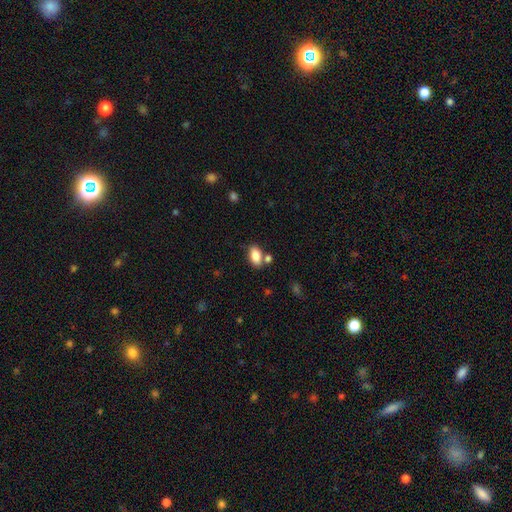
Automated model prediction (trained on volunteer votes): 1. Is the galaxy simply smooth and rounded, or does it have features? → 85% smooth, 8% star or artifact, 7% featured or disk.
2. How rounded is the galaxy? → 91% in between, 6% round, 3% cigar-shaped.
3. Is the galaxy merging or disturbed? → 66% none, 18% merger, 12% minor disturbance, 3% major disturbance.